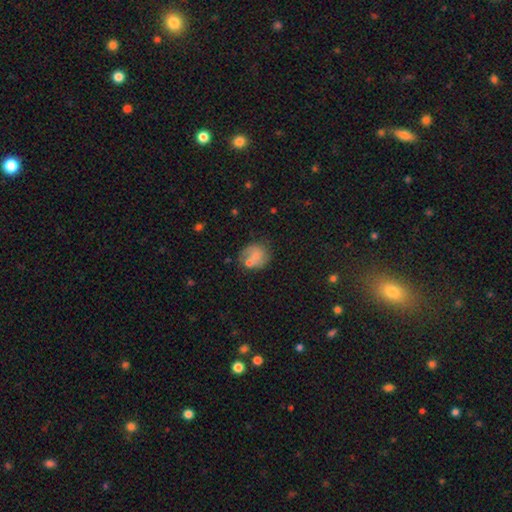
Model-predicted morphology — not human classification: The model was most divided on "merging": none: 49%, minor disturbance: 21%, merger: 19%, major disturbance: 10%. More confident: how rounded — round (72%); smooth or featured — smooth (59%).